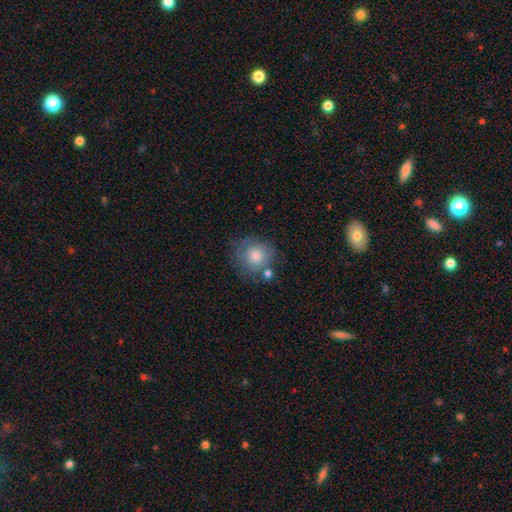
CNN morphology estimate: Smooth or featured? smooth (73%)
How rounded? round (88%)
Merging? none (66%)